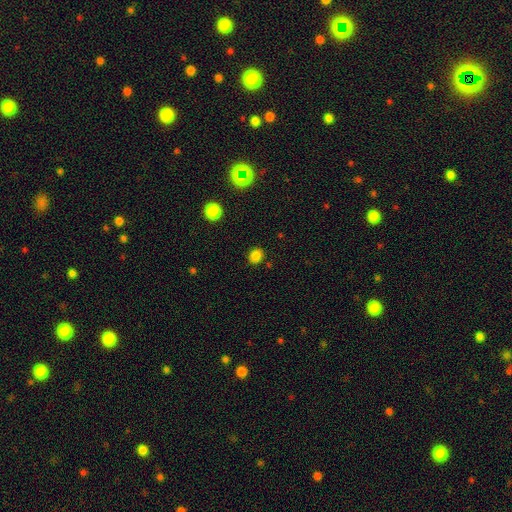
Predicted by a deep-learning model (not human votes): Q: Smooth or featured?
A: smooth (83%); runner-up: star or artifact (13%)
Q: How rounded?
A: round (54%); runner-up: in between (45%)
Q: Merging?
A: none (86%); runner-up: minor disturbance (9%)